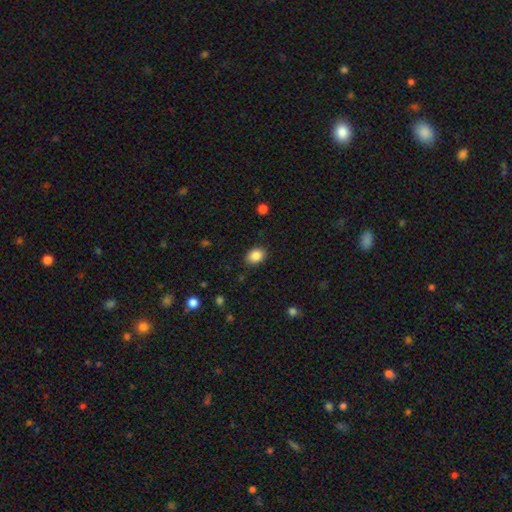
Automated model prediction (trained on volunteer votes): Smooth or featured: smooth — 87% (star or artifact — 9%)
How rounded: in between — 66% (round — 33%)
Merging: none — 87% (minor disturbance — 9%)